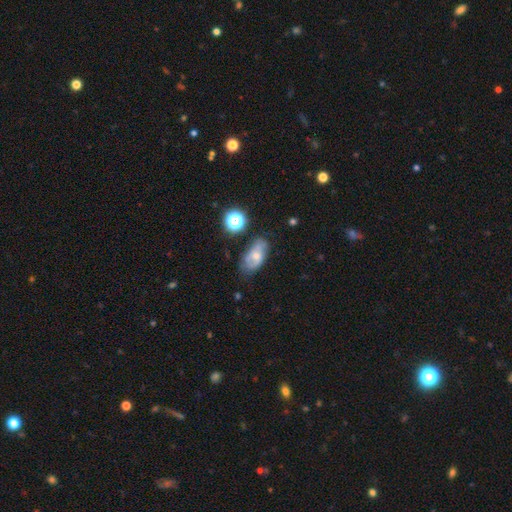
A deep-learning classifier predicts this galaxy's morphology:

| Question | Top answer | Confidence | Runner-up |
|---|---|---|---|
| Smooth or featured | smooth | 45% | featured or disk (44%) |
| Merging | none | 58% | minor disturbance (27%) |